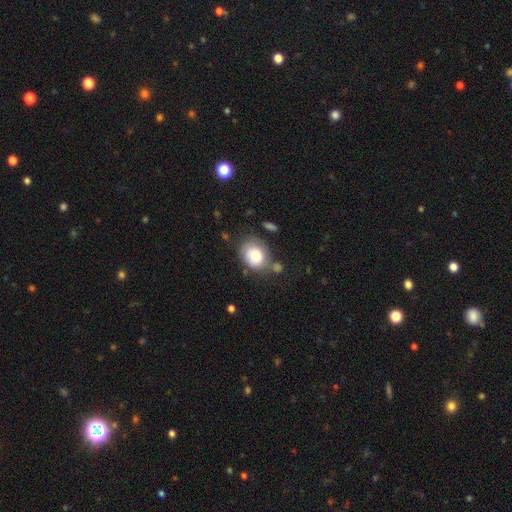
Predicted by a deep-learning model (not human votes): Smooth or featured: smooth — 79% (featured or disk — 14%)
How rounded: round — 50% (in between — 49%)
Merging: none — 54% (minor disturbance — 25%)